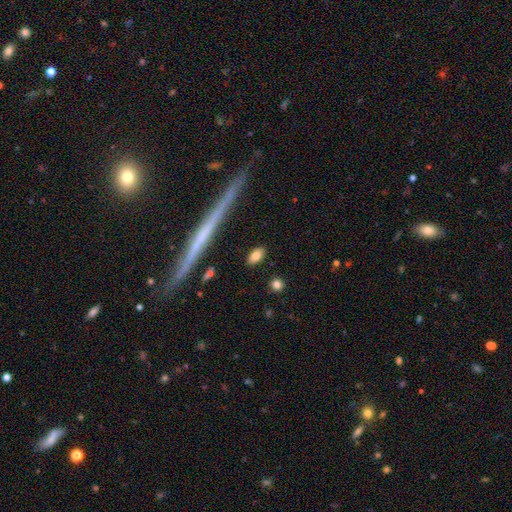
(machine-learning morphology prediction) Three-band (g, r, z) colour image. It shows a smooth galaxy with no disk features (81%) that is in between round and cigar-shaped (83%). Merging: none (87%).